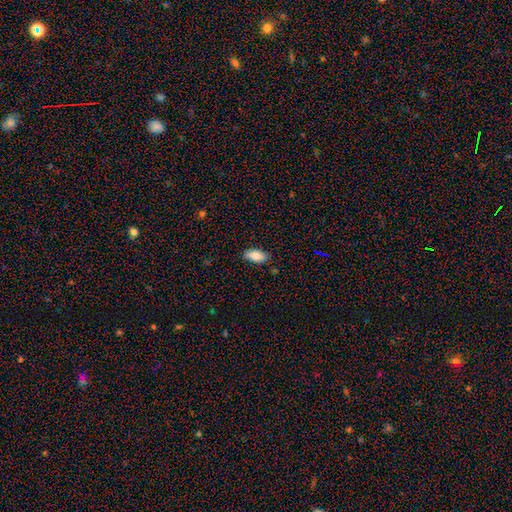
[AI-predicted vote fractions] smooth-or-featured: smooth: 85% | featured or disk: 8% | star or artifact: 7%
  how-rounded: in between: 90% | cigar-shaped: 8% | round: 2%
  merging: none: 85% | minor disturbance: 11% | major disturbance: 2% | merger: 1%